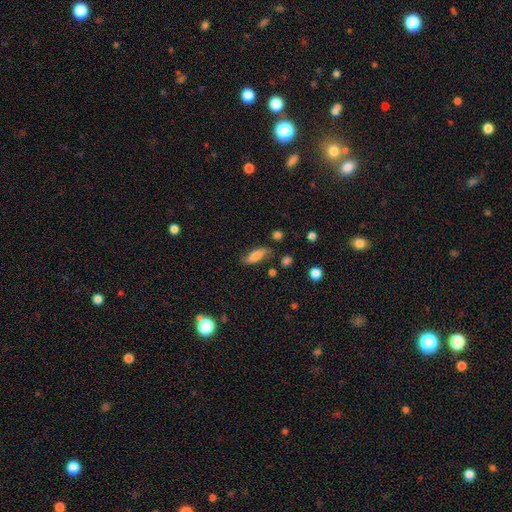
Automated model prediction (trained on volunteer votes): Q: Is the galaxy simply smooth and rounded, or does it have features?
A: smooth — 72%.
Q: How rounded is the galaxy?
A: in between — 69%.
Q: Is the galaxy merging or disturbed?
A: none — 71%.